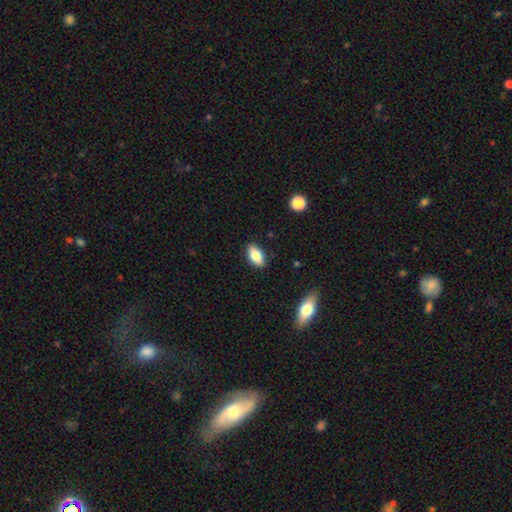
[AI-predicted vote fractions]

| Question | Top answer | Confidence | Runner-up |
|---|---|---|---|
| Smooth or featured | smooth | 77% | featured or disk (16%) |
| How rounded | in between | 88% | cigar-shaped (8%) |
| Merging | none | 87% | minor disturbance (10%) |